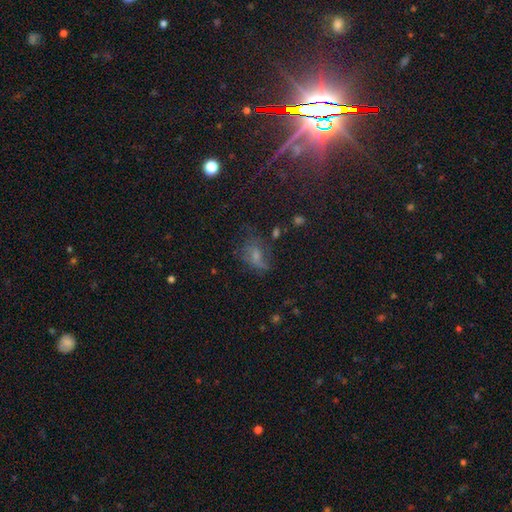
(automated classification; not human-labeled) Smooth or featured? smooth (45%)
Merging? none (43%)